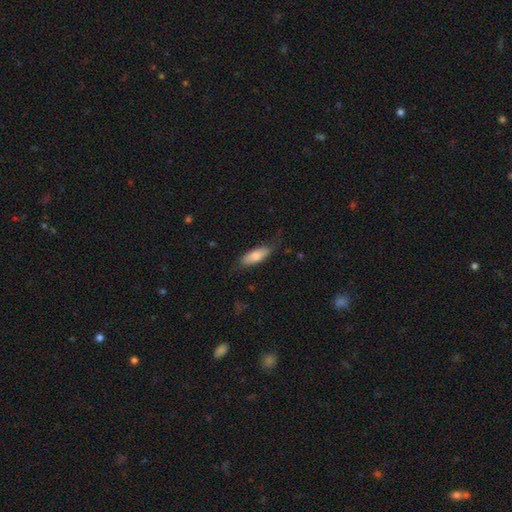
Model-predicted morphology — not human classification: A smooth galaxy with no disk features (77%) that is in between round and cigar-shaped (67%). Merging: none (73%).